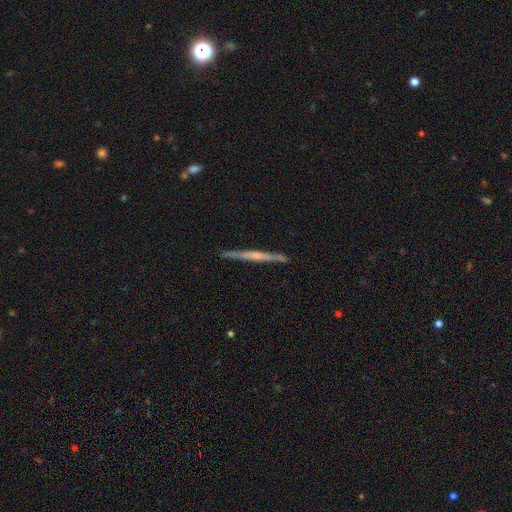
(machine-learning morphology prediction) Overall: featured or disk (67%; smooth 28%). Edge-on disk: yes (98%). Edge-on bulge: rounded (47%; none 38%). Merging: none (88%).